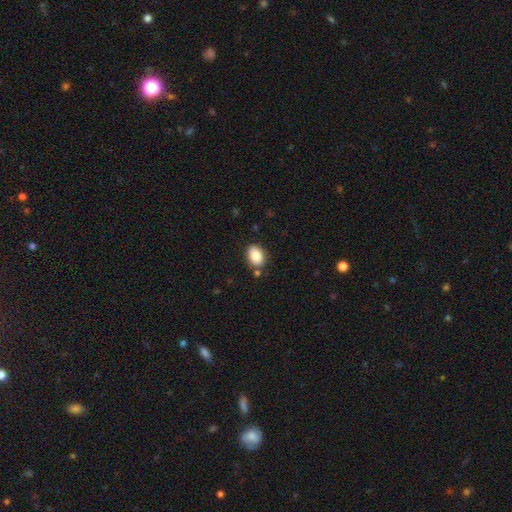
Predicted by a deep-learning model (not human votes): The model was most divided on "how rounded": in between: 80%, round: 19%, cigar-shaped: 1%. More confident: smooth or featured — smooth (84%); merging — none (80%).